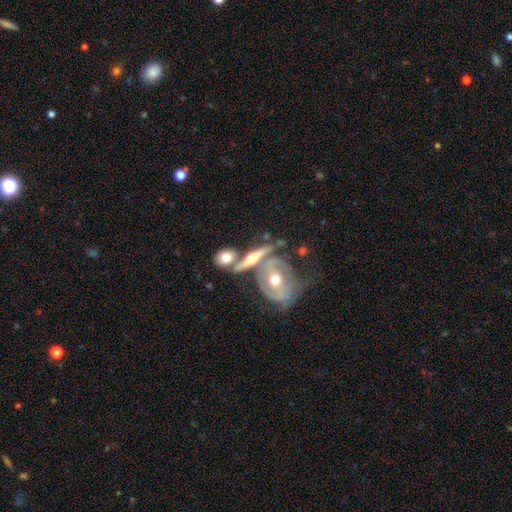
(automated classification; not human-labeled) smooth_or_featured: featured or disk (p=0.66) [alt: smooth p=0.27]
disk_edge_on: yes (p=0.60) [alt: no p=0.40]
merging: none (p=0.40) [alt: merger p=0.39]